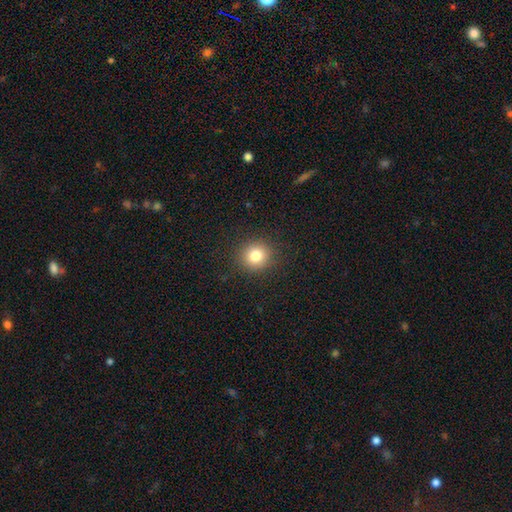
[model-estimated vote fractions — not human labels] This is clearly a smooth galaxy (82%). How rounded: clearly round (88%). Merging: clearly none (90%).